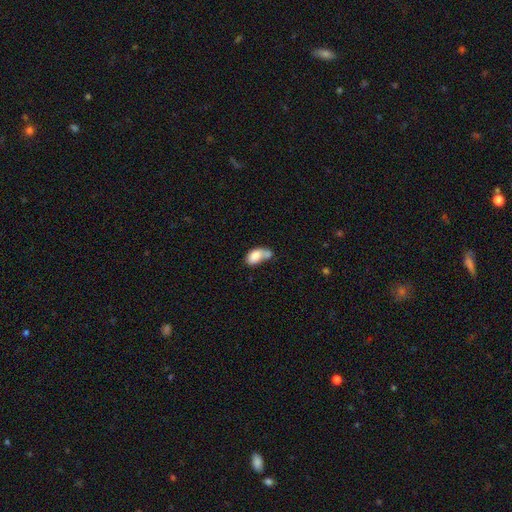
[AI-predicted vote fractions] This appears to be a smooth galaxy with no disk features (80%) that is in between round and cigar-shaped (90%). Merging: merger (54%).